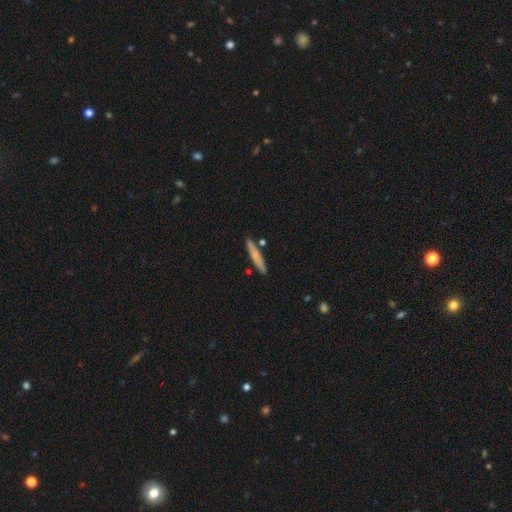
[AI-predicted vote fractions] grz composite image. It shows a smooth galaxy with no disk features (69%) that is cigar-shaped (92%). Merging: none (84%).